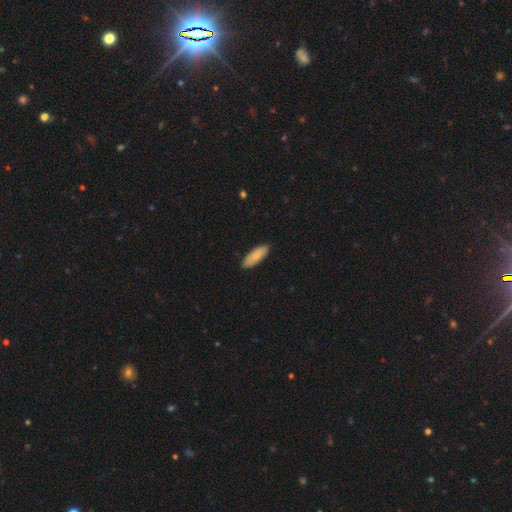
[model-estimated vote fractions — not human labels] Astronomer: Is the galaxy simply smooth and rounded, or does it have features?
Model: smooth — 87%.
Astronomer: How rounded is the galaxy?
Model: in between — 67%.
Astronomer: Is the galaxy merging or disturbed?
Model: none — 88%.